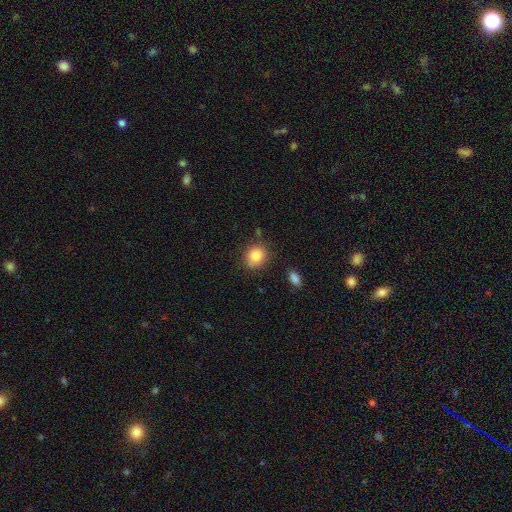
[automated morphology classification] smooth 84%, star or artifact 9%, featured or disk 7%. Down the decision tree: how rounded — round (69%); merging — none (82%).